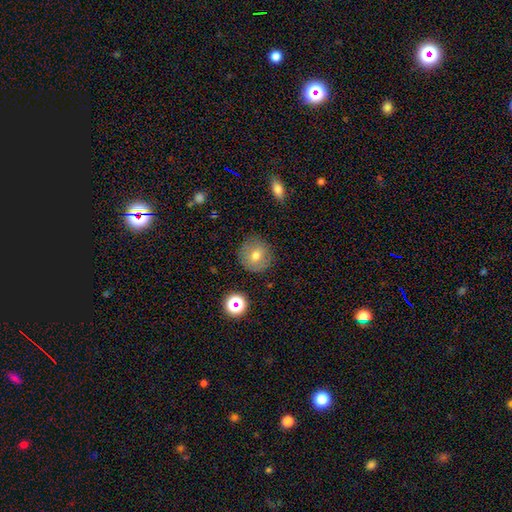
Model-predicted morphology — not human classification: Smooth or featured? smooth (71%)
How rounded? round (89%)
Merging? none (84%)